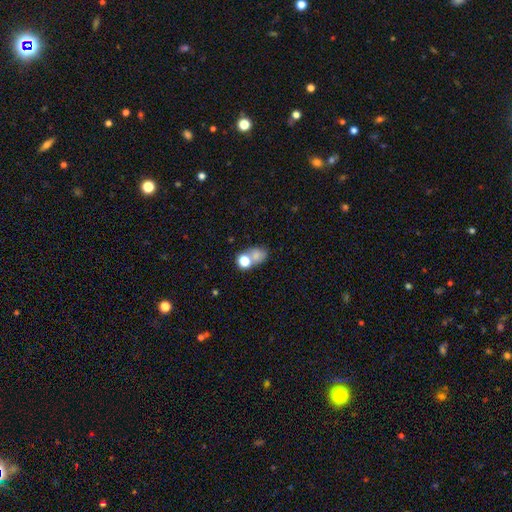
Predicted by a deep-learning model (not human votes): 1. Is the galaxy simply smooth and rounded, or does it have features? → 73% smooth, 14% star or artifact, 13% featured or disk.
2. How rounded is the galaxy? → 50% in between, 49% round, 1% cigar-shaped.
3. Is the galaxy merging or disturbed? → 45% merger, 38% none, 11% minor disturbance, 7% major disturbance.